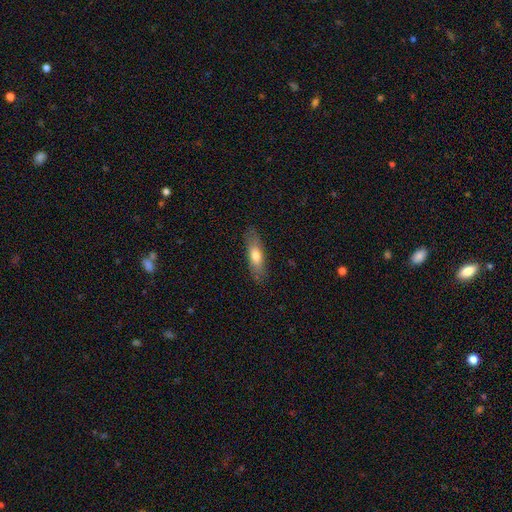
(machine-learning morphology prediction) This appears to be a smooth galaxy with no disk features (69%) that is in between round and cigar-shaped (51%). Merging: none (83%).